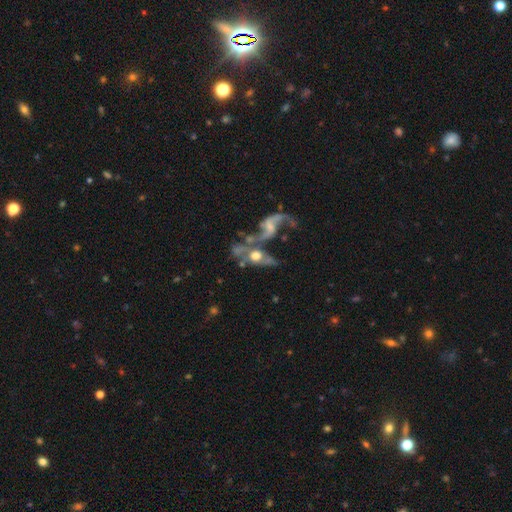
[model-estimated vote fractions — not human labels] Morphology: type=featured or disk (67%); edge-on=no (90%); bar=no (70%); spiral arms=yes (57%); bulge=moderate (44%); merging=merger (51%).